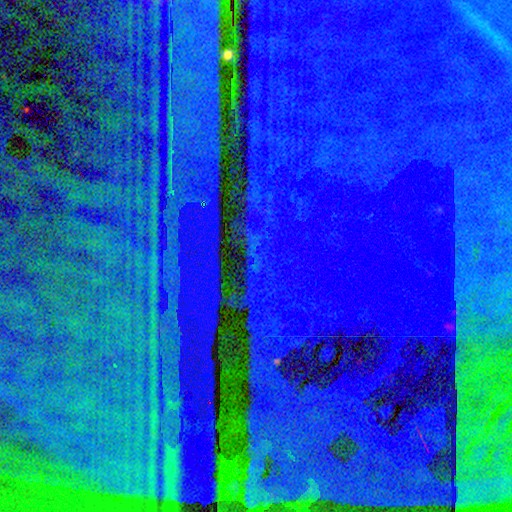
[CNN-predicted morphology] Overall: star or artifact (87%).